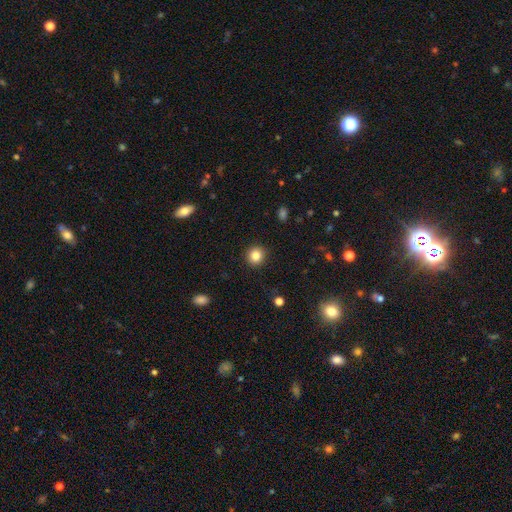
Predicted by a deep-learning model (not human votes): Smooth or featured?
  - smooth: 84% *
  - star or artifact: 11%
  - featured or disk: 5%
How rounded?
  - round: 91% *
  - in between: 8%
  - cigar-shaped: 1%
Merging?
  - none: 91% *
  - minor disturbance: 6%
  - major disturbance: 2%
  - merger: 1%